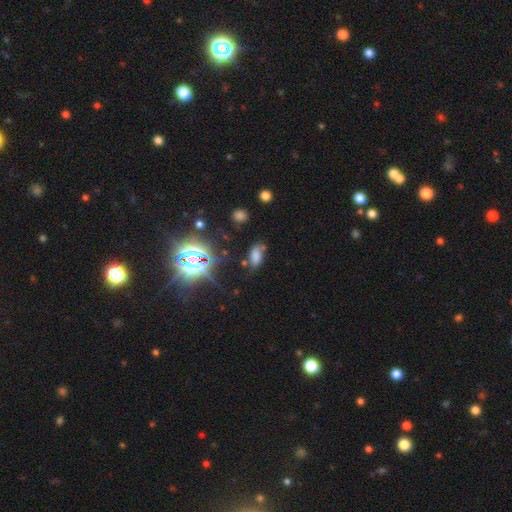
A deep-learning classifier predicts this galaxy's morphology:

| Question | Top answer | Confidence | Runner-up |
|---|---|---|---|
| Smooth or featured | smooth | 60% | star or artifact (26%) |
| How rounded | in between | 89% | round (6%) |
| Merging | none | 62% | minor disturbance (22%) |